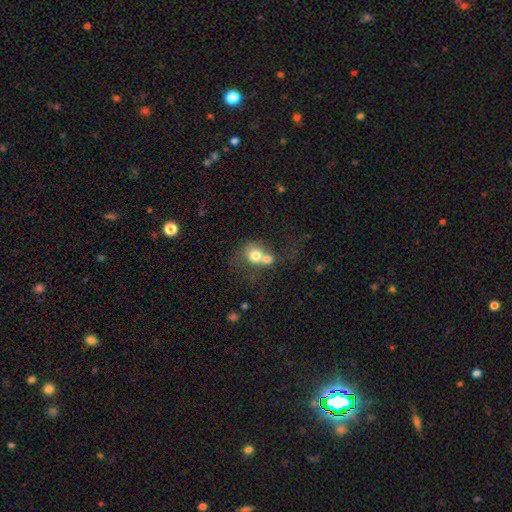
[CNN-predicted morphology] Overall: smooth (69%). How rounded: round (71%). Merging: merger (67%).